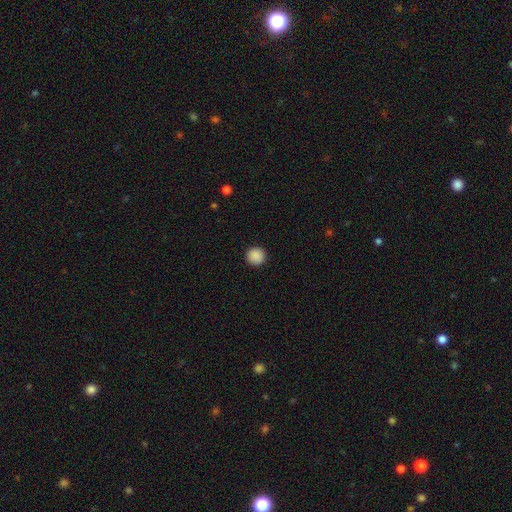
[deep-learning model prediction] Smooth or featured? smooth (89%)
How rounded? round (94%)
Merging? none (93%)